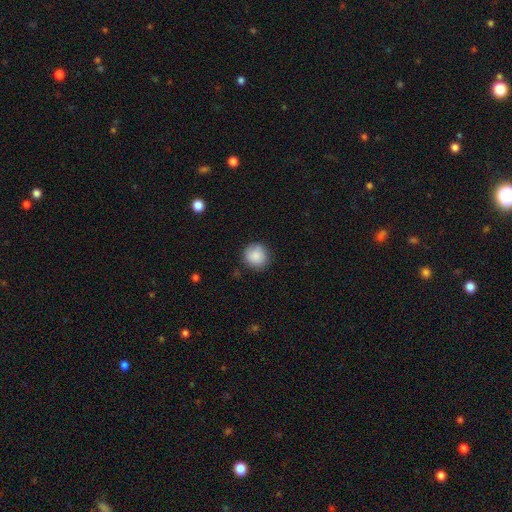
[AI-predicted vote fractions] This is clearly a smooth galaxy (87%). How rounded: clearly round (92%). Merging: clearly none (85%).